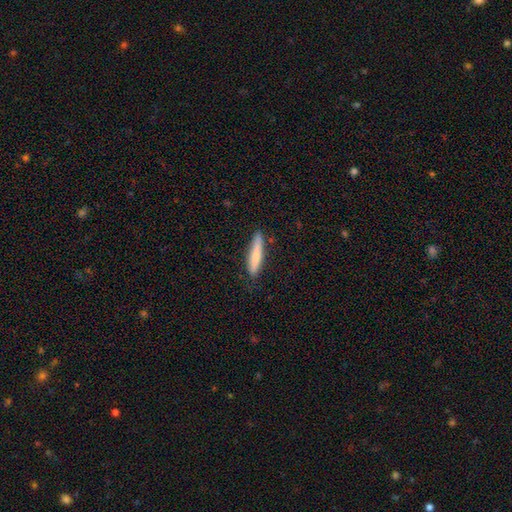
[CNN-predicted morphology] Smooth or featured: smooth — 72% (featured or disk — 22%)
How rounded: cigar-shaped — 87% (in between — 11%)
Merging: none — 83% (minor disturbance — 13%)